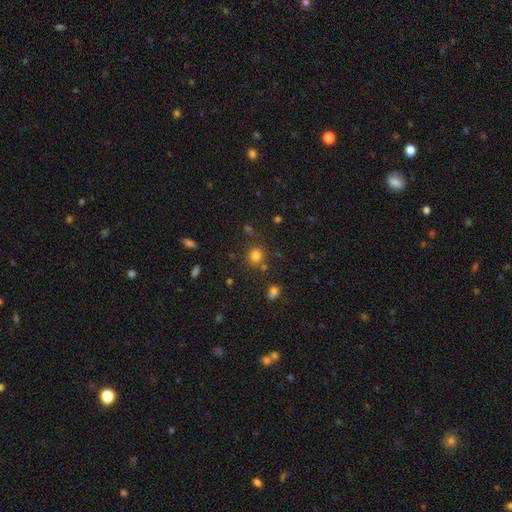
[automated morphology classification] Smooth or featured? Predicted: smooth (p=0.79). How rounded? Predicted: round (p=0.85). Merging? Predicted: none (p=0.76).